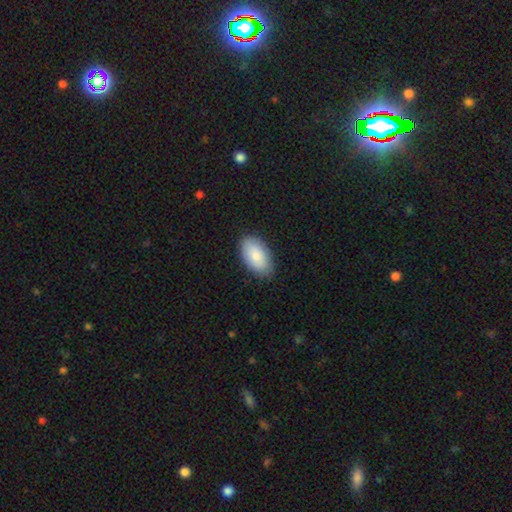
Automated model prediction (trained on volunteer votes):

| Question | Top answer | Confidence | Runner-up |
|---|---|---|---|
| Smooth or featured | smooth | 85% | featured or disk (9%) |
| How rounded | in between | 95% | round (3%) |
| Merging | none | 86% | minor disturbance (11%) |